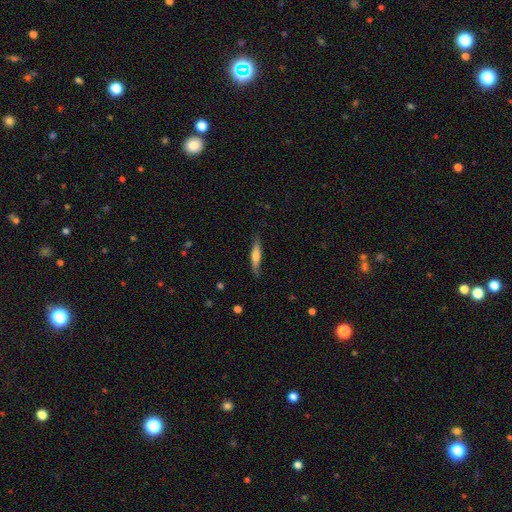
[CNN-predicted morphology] Overall: smooth (54%; featured or disk 41%). How rounded: cigar-shaped (86%). Merging: none (81%).